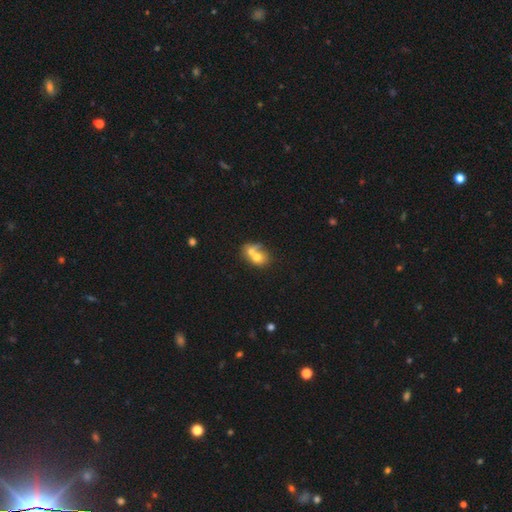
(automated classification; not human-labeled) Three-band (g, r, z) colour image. It shows a smooth galaxy with no disk features (65%) that is round (51%). Merging: merger (71%).